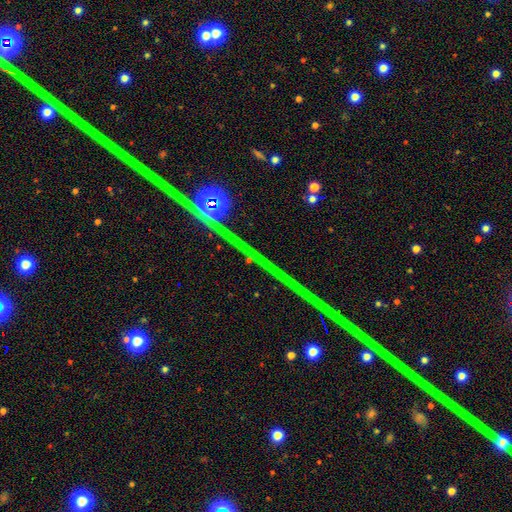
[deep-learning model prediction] smooth-or-featured: star or artifact: 74% | featured or disk: 18% | smooth: 8%